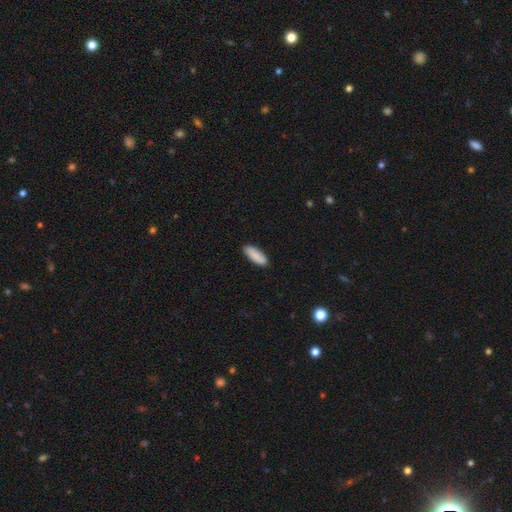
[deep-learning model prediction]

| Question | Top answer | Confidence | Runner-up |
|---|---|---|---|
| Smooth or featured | smooth | 89% | star or artifact (6%) |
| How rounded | in between | 62% | cigar-shaped (37%) |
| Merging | none | 89% | minor disturbance (9%) |